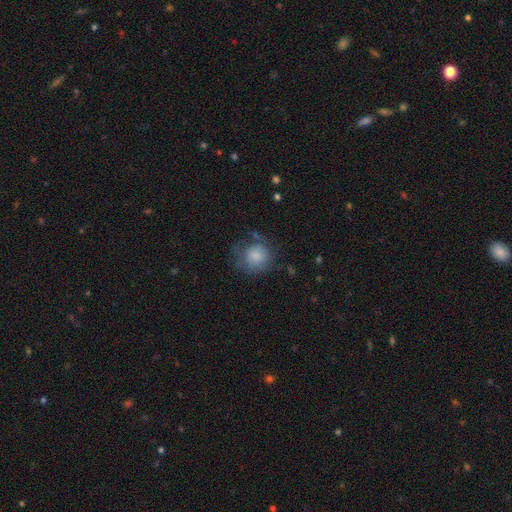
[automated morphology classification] type=smooth (74%); roundness=round (84%); merging=none (53%).